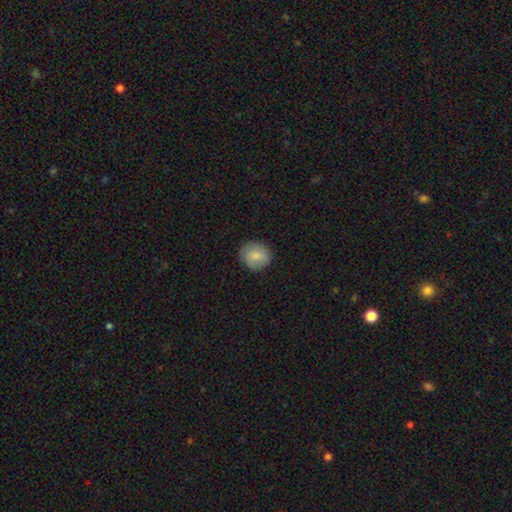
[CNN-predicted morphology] This appears to be a smooth galaxy with no disk features (85%) that is round (86%). Merging: none (88%).